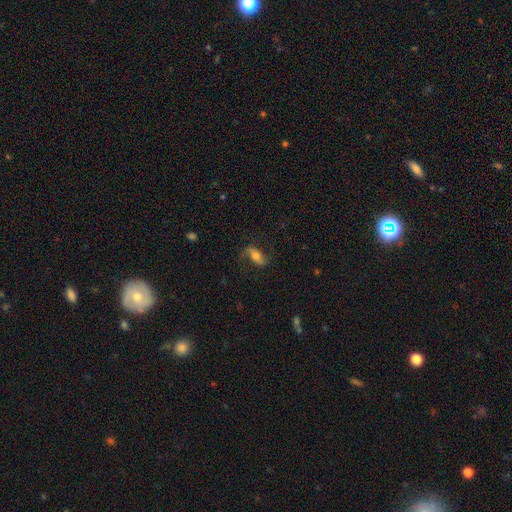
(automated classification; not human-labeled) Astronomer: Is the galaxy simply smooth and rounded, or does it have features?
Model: featured or disk — 46% (runner-up: smooth, 45%).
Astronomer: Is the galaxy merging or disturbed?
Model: none — 72%.